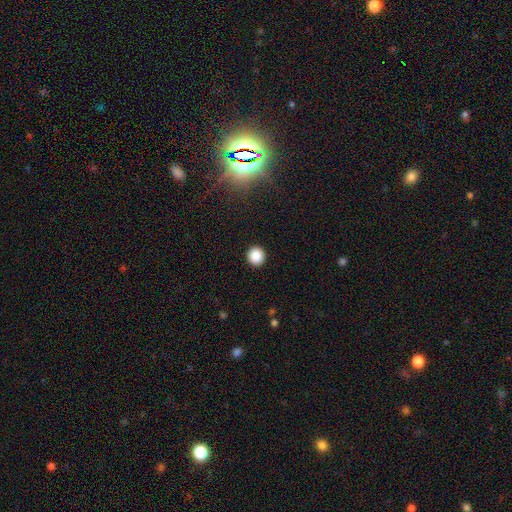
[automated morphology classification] smooth-or-featured: smooth: 87% | star or artifact: 10% | featured or disk: 3%
  how-rounded: round: 94% | in between: 5% | cigar-shaped: 1%
  merging: none: 93% | minor disturbance: 4% | major disturbance: 2% | merger: 1%